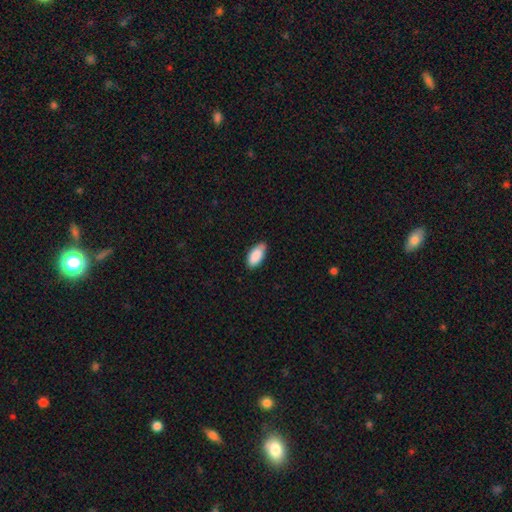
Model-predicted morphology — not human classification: Smooth or featured? smooth (89%)
How rounded? in between (92%)
Merging? none (73%)